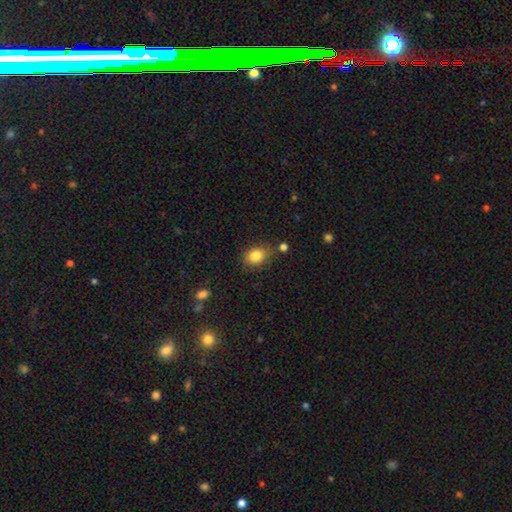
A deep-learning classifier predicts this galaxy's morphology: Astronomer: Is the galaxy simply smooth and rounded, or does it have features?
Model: smooth — 84%.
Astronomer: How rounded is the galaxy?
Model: in between — 65%.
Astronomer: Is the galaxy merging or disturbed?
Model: none — 76%.